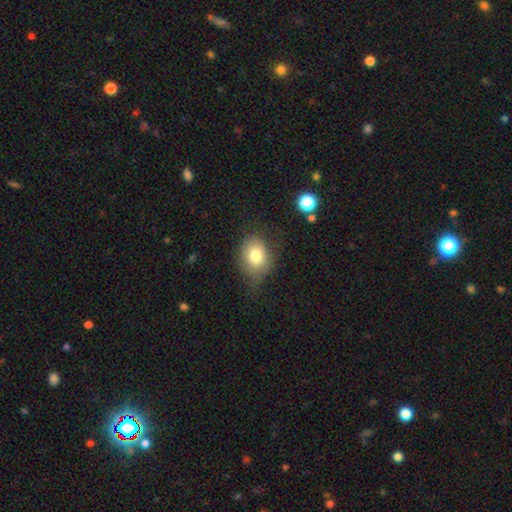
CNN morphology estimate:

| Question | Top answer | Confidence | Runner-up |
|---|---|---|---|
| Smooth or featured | smooth | 77% | featured or disk (13%) |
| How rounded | in between | 58% | round (41%) |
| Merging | none | 55% | minor disturbance (30%) |